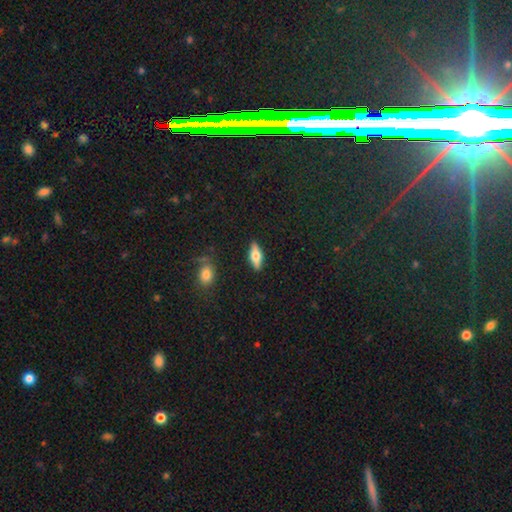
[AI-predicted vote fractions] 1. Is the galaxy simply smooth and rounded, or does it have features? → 51% smooth, 42% featured or disk, 7% star or artifact.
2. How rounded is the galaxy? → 64% in between, 33% cigar-shaped, 4% round.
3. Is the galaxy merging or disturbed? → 87% none, 9% minor disturbance, 2% major disturbance, 2% merger.